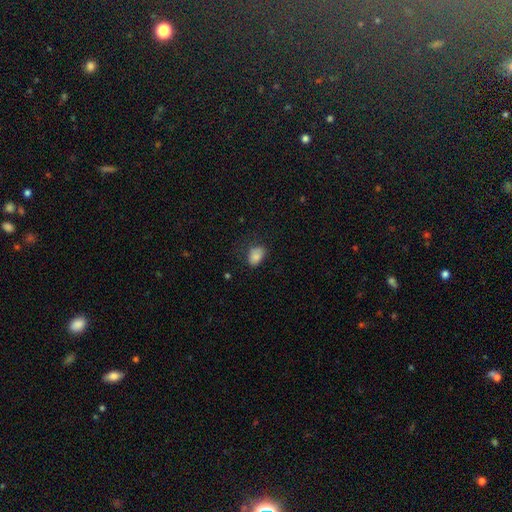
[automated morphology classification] Smooth or featured? smooth (83%)
How rounded? in between (83%)
Merging? none (61%)